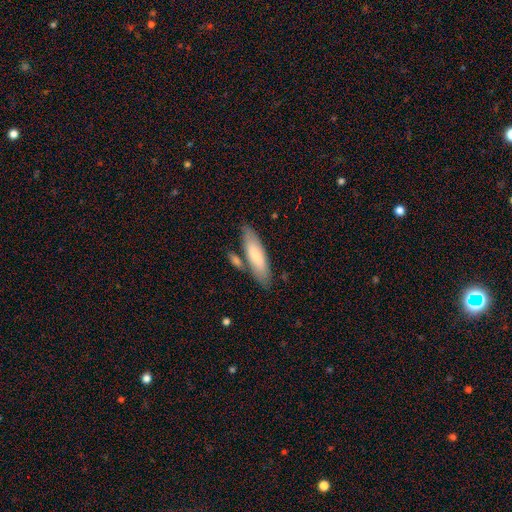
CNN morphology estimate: A smooth galaxy with no disk features (76%) that is cigar-shaped (59%).

Vote fractions:
- Smooth or featured? smooth: 76% / featured or disk: 18% / star or artifact: 5%
- How rounded? cigar-shaped: 59% / in between: 39% / round: 2%
- Merging? none: 70% / minor disturbance: 14% / merger: 13% / major disturbance: 3%